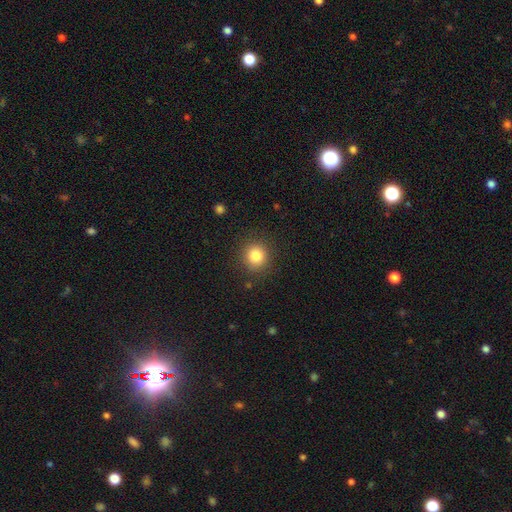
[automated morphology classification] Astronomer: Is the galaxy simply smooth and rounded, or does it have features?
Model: smooth — 82%.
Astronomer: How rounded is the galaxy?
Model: round — 90%.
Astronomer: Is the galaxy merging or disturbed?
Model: none — 89%.